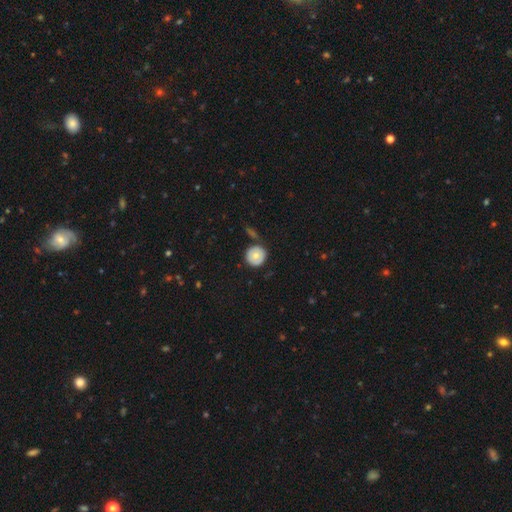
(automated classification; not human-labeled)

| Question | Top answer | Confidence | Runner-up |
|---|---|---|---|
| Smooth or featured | smooth | 71% | featured or disk (21%) |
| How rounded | round | 94% | in between (5%) |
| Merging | none | 80% | minor disturbance (11%) |